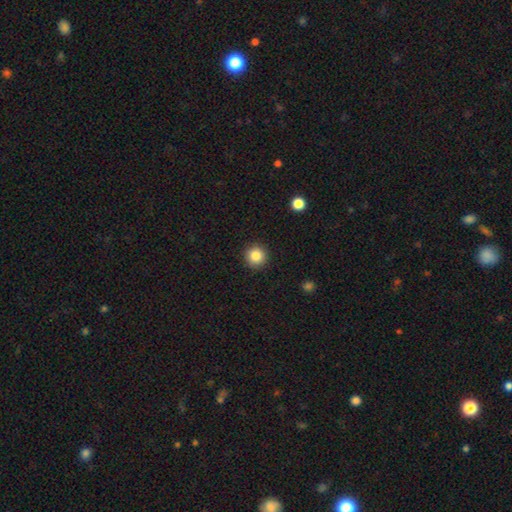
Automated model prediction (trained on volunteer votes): This is clearly a smooth galaxy (85%). How rounded: clearly round (96%). Merging: clearly none (92%).